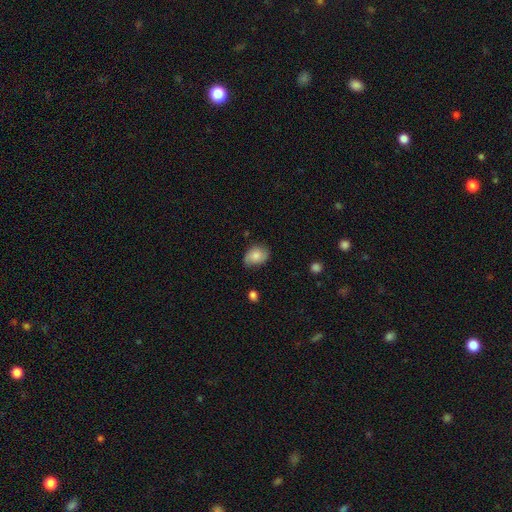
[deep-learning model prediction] Smooth or featured? Predicted: smooth (p=0.75). How rounded? Predicted: in between (p=0.72). Merging? Predicted: none (p=0.68).